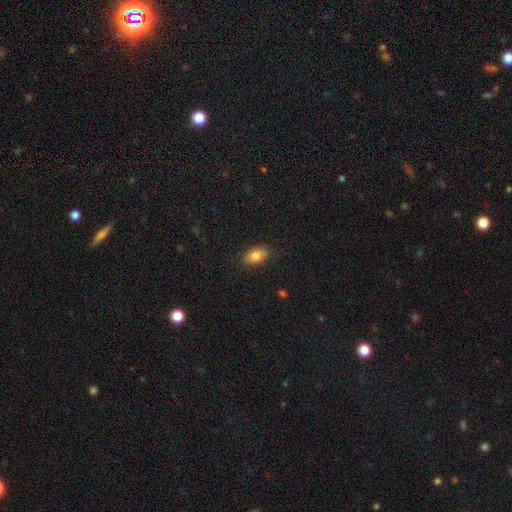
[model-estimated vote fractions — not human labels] smooth_or_featured: smooth (p=0.82) [alt: featured or disk p=0.10]
how_rounded: in between (p=0.89) [alt: round p=0.07]
merging: none (p=0.86) [alt: minor disturbance p=0.11]